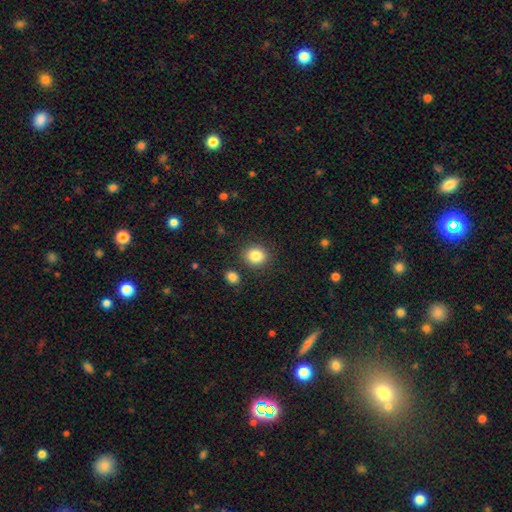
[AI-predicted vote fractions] This is clearly a smooth galaxy (84%). How rounded: likely round (75%). Merging: clearly none (84%).